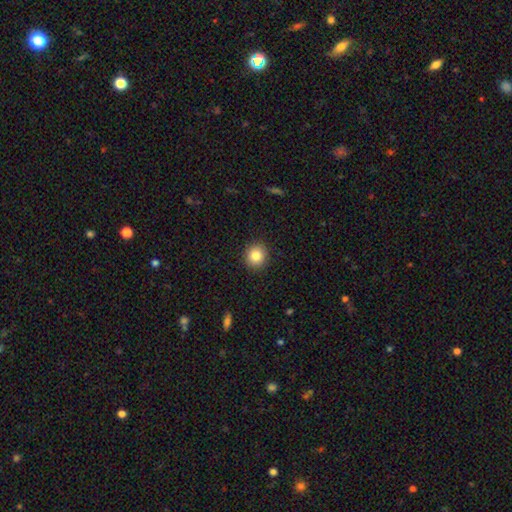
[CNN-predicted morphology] Overall: smooth (85%). How rounded: round (89%). Merging: none (91%).